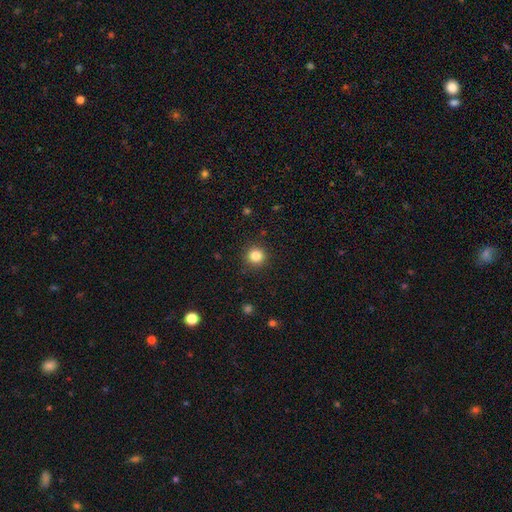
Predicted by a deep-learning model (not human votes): Overall: smooth (84%). How rounded: round (95%). Merging: none (91%).